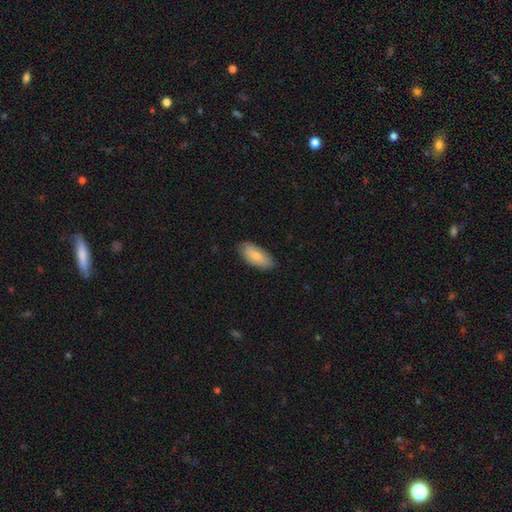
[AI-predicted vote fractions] A smooth galaxy with no disk features (81%) that is in between round and cigar-shaped (90%).

Vote fractions:
- Smooth or featured? smooth: 81% / featured or disk: 14% / star or artifact: 6%
- How rounded? in between: 90% / cigar-shaped: 8% / round: 2%
- Merging? none: 84% / minor disturbance: 13% / major disturbance: 2% / merger: 1%